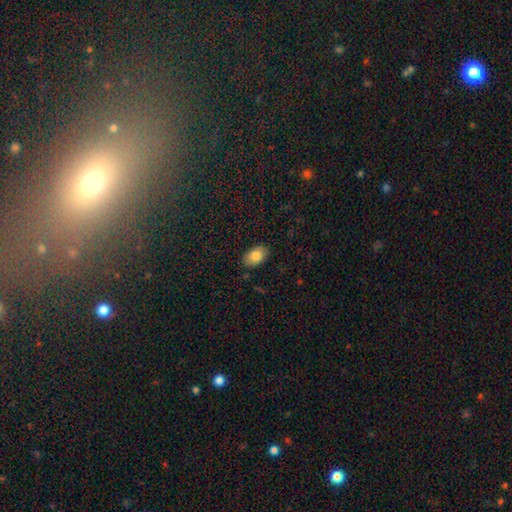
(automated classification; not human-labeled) This is clearly a smooth galaxy (83%). How rounded: clearly in between (91%). Merging: clearly none (87%).